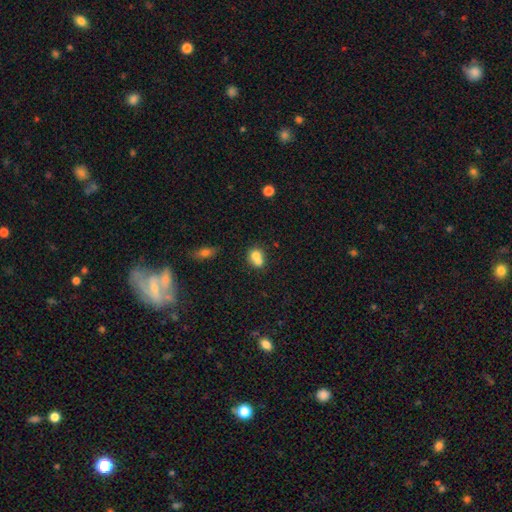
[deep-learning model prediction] This is likely a smooth galaxy (71%). How rounded: likely round (69%). Merging: likely merger (62%).